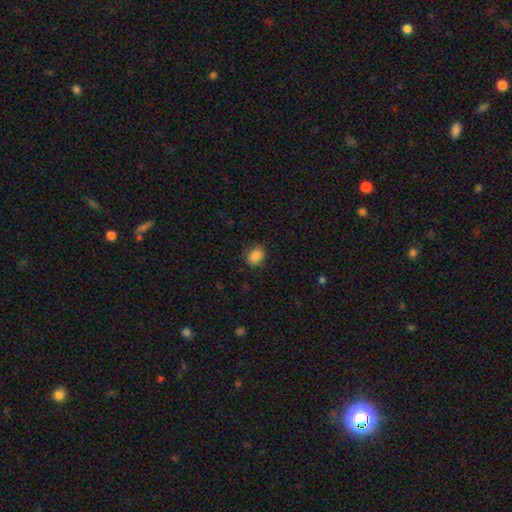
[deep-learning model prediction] Overall: smooth (86%). How rounded: in between (63%; round 36%). Merging: none (84%).